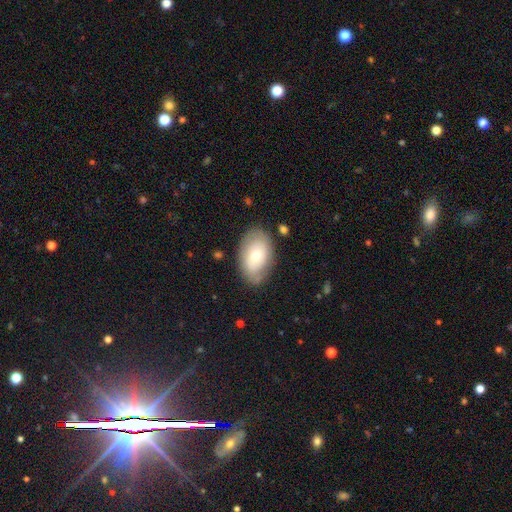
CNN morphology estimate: smooth 59%, featured or disk 34%, star or artifact 6%. Down the decision tree: how rounded — in between (89%); merging — none (77%).